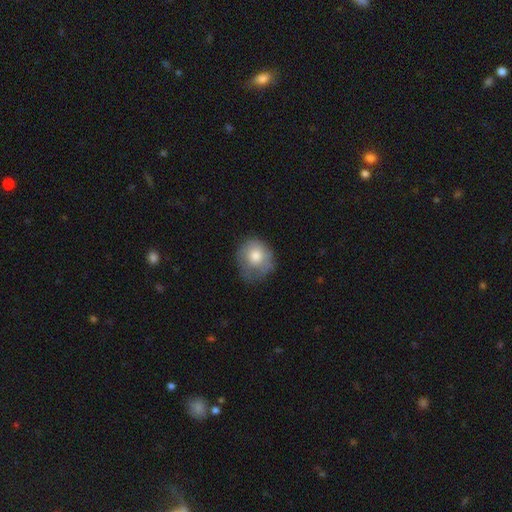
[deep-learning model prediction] Smooth or featured? Predicted: smooth (p=0.72). How rounded? Predicted: round (p=0.72). Merging? Predicted: none (p=0.46).